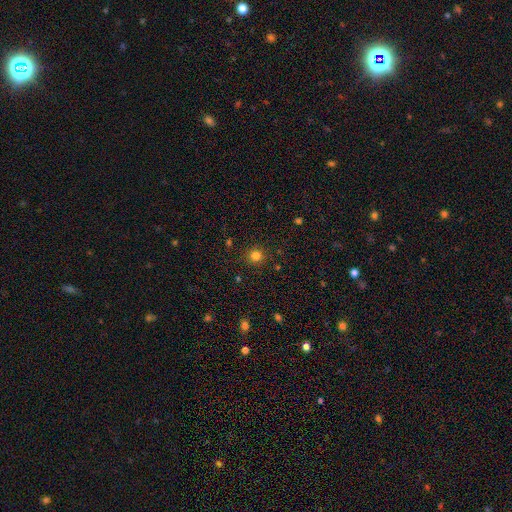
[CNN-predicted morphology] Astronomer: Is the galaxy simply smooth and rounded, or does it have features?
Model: smooth — 81%.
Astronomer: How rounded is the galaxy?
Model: round — 93%.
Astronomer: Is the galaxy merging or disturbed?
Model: none — 89%.